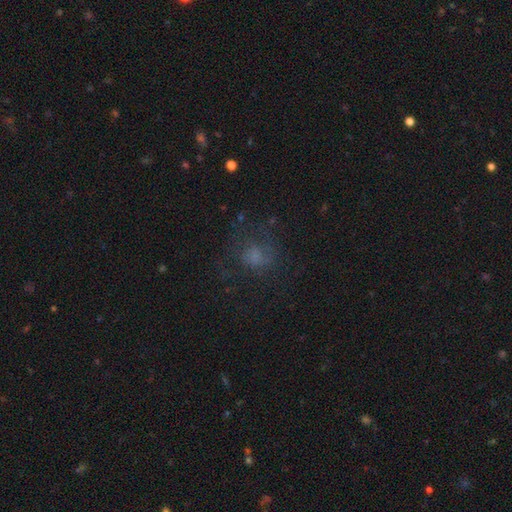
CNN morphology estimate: smooth 52%, featured or disk 25%, star or artifact 23%. Down the decision tree: how rounded — round (71%); merging — none (54%).